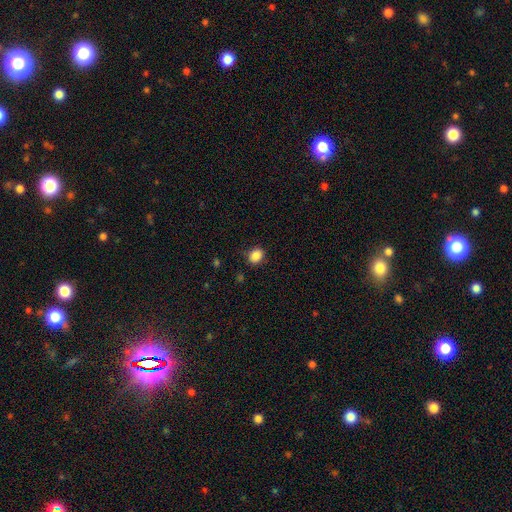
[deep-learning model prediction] smooth 87%, star or artifact 9%, featured or disk 4%. Down the decision tree: how rounded — in between (53%); merging — none (84%).